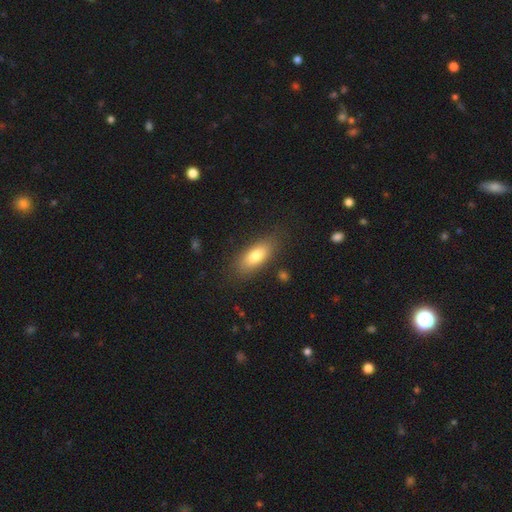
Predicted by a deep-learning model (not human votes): smooth_or_featured: smooth (p=0.79) [alt: featured or disk p=0.14]
how_rounded: in between (p=0.79) [alt: cigar-shaped p=0.18]
merging: none (p=0.83) [alt: minor disturbance p=0.12]